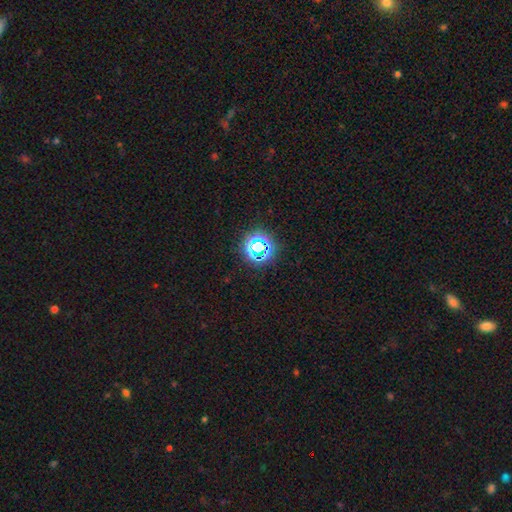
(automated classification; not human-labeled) This appears to be a star or artifact, not a galaxy (69%).